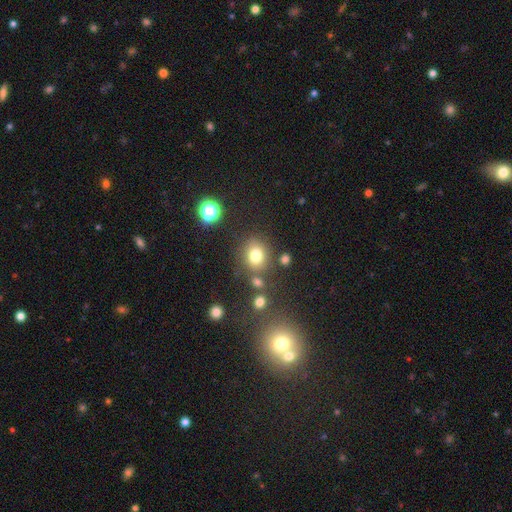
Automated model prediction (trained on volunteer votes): A smooth galaxy with no disk features (76%) that is round (70%).

Vote fractions:
- Smooth or featured? smooth: 76% / star or artifact: 15% / featured or disk: 8%
- How rounded? round: 70% / in between: 29% / cigar-shaped: 1%
- Merging? none: 74% / minor disturbance: 12% / merger: 10% / major disturbance: 5%